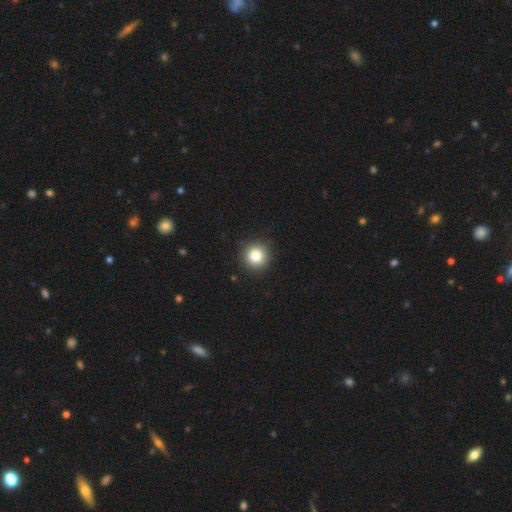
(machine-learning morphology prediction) smooth-or-featured: smooth: 82% | star or artifact: 11% | featured or disk: 7%
  how-rounded: round: 94% | in between: 5% | cigar-shaped: 1%
  merging: none: 91% | minor disturbance: 6% | major disturbance: 2% | merger: 1%